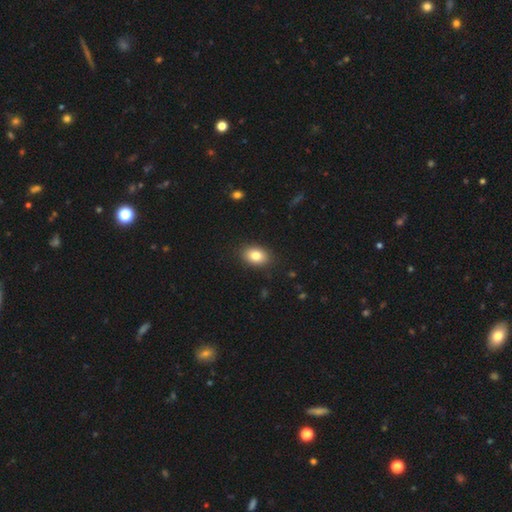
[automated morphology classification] Smooth or featured: smooth — 83% (featured or disk — 9%)
How rounded: in between — 82% (round — 17%)
Merging: none — 88% (minor disturbance — 9%)